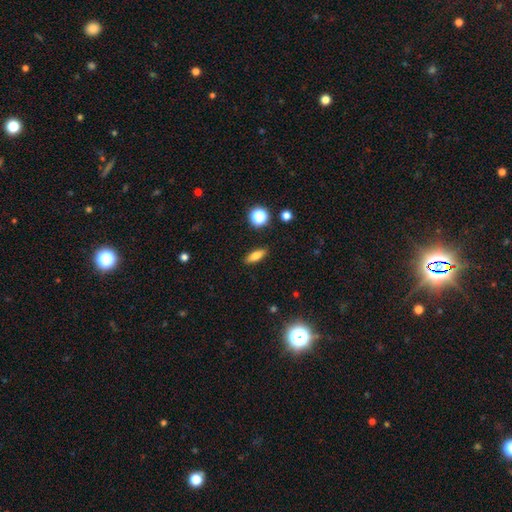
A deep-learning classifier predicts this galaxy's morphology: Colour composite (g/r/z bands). It shows a smooth galaxy with no disk features (76%) that is in between round and cigar-shaped (60%). Merging: none (88%).